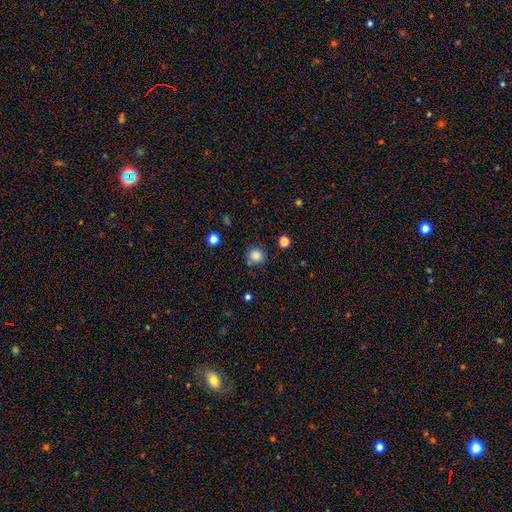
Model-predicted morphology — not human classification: smooth 84%, star or artifact 12%, featured or disk 4%. Down the decision tree: how rounded — round (89%); merging — none (79%).